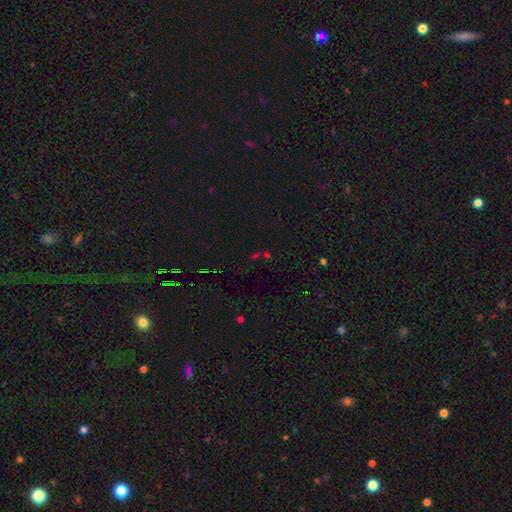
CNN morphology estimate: This is possibly a star or artifact rather than a galaxy (58%).